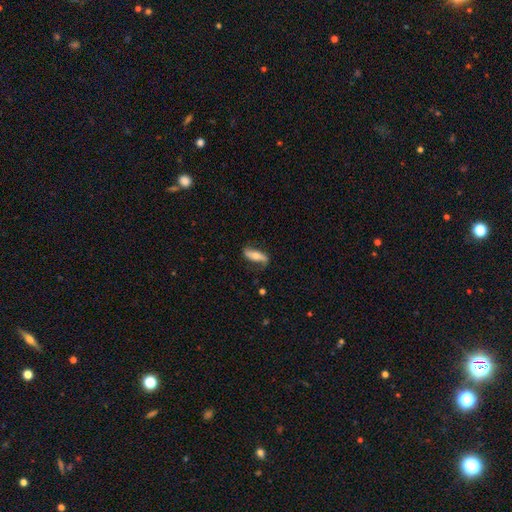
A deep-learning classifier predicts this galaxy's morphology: smooth_or_featured: featured or disk (p=0.52) [alt: smooth p=0.41]
disk_edge_on: no (p=0.72) [alt: yes p=0.28]
merging: none (p=0.68) [alt: minor disturbance p=0.22]